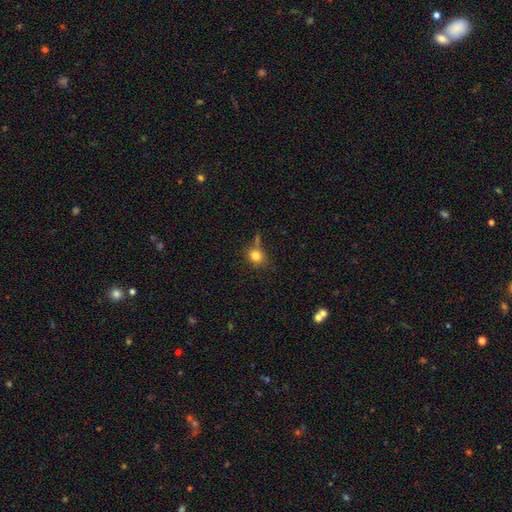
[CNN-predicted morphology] smooth_or_featured: smooth (p=0.80) [alt: star or artifact p=0.11]
how_rounded: round (p=0.63) [alt: in between p=0.35]
merging: none (p=0.57) [alt: minor disturbance p=0.21]